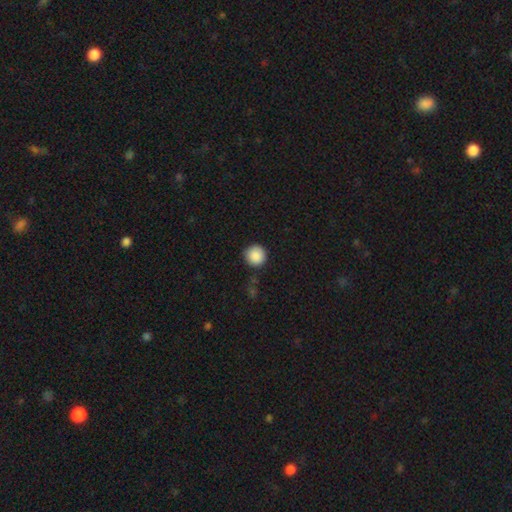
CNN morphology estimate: smooth-or-featured: smooth: 88% | star or artifact: 9% | featured or disk: 3%
  how-rounded: round: 95% | in between: 4% | cigar-shaped: 1%
  merging: none: 88% | minor disturbance: 8% | major disturbance: 2% | merger: 2%